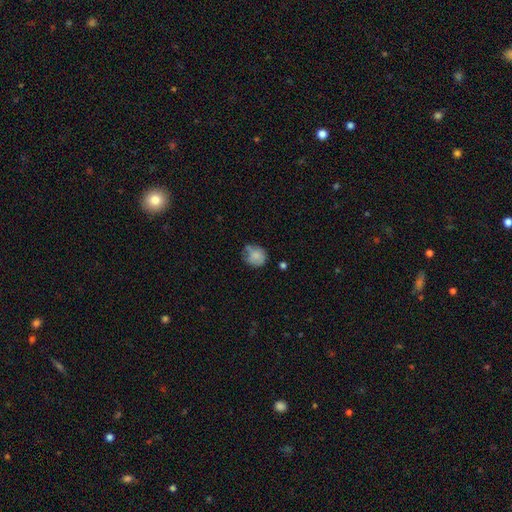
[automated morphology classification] Smooth or featured?
  - smooth: 75% *
  - featured or disk: 16%
  - star or artifact: 9%
How rounded?
  - round: 71% *
  - in between: 28%
  - cigar-shaped: 1%
Merging?
  - none: 48% *
  - minor disturbance: 34%
  - major disturbance: 12%
  - merger: 6%